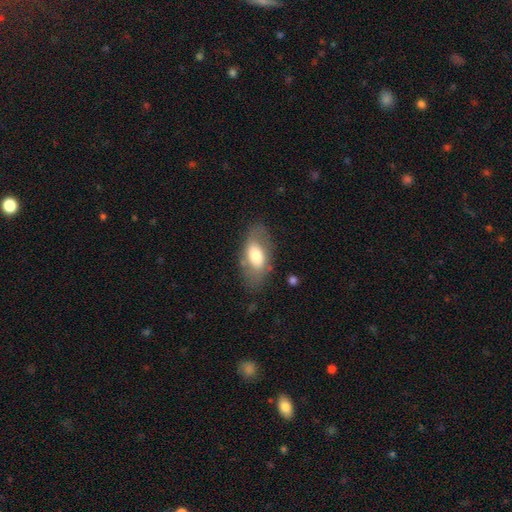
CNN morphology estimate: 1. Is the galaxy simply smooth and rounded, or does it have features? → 60% smooth, 33% featured or disk, 7% star or artifact.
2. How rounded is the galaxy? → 90% in between, 5% round, 5% cigar-shaped.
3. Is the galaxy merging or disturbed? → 68% none, 20% minor disturbance, 10% major disturbance, 2% merger.